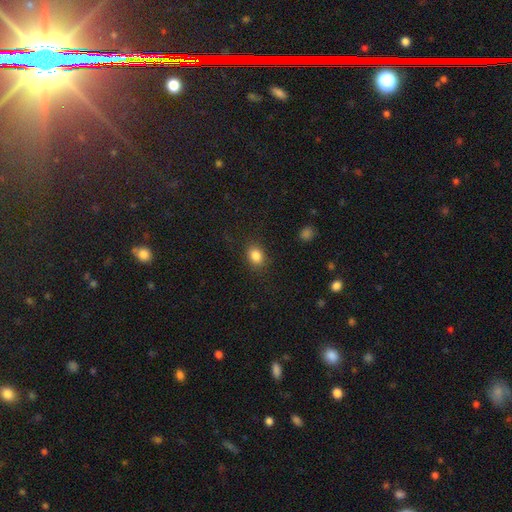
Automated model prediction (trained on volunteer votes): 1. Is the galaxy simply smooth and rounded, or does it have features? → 84% smooth, 10% star or artifact, 5% featured or disk.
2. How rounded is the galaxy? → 53% in between, 46% round, 1% cigar-shaped.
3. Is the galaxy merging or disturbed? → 85% none, 10% minor disturbance, 3% major disturbance, 1% merger.